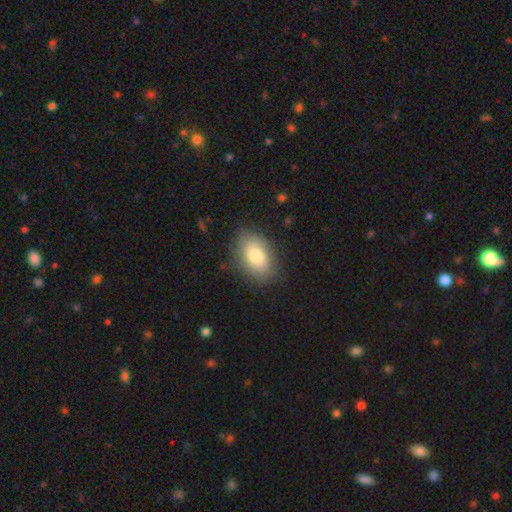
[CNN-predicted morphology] Overall: smooth (81%). How rounded: in between (90%). Merging: none (82%).